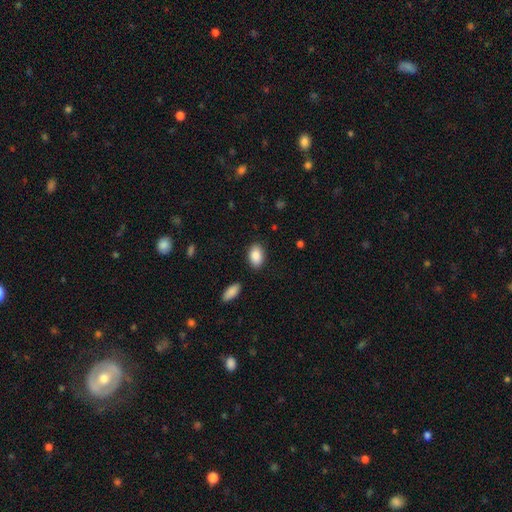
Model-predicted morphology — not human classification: smooth_or_featured: smooth (p=0.88) [alt: star or artifact p=0.07]
how_rounded: in between (p=0.90) [alt: round p=0.09]
merging: none (p=0.85) [alt: minor disturbance p=0.10]